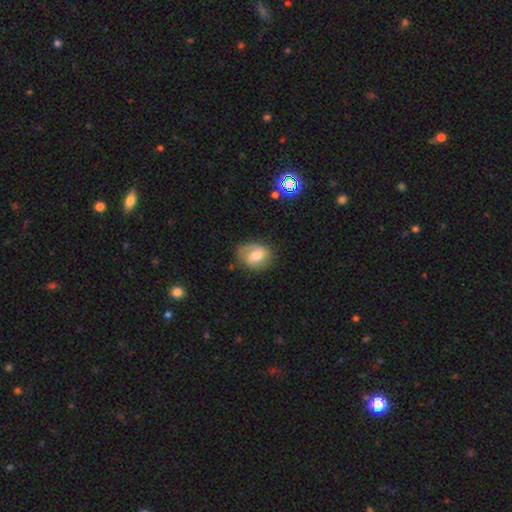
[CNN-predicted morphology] A smooth galaxy with no disk features (56%) that is in between round and cigar-shaped (55%).

Vote fractions:
- Smooth or featured? smooth: 56% / featured or disk: 36% / star or artifact: 9%
- How rounded? in between: 55% / round: 44% / cigar-shaped: 1%
- Merging? none: 71% / minor disturbance: 21% / major disturbance: 6% / merger: 2%